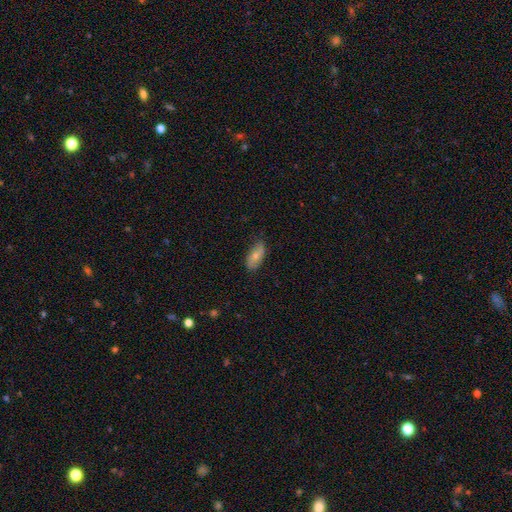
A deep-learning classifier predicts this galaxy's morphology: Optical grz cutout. It shows a smooth galaxy with no disk features (66%) that is in between round and cigar-shaped (85%). Merging: none (78%).